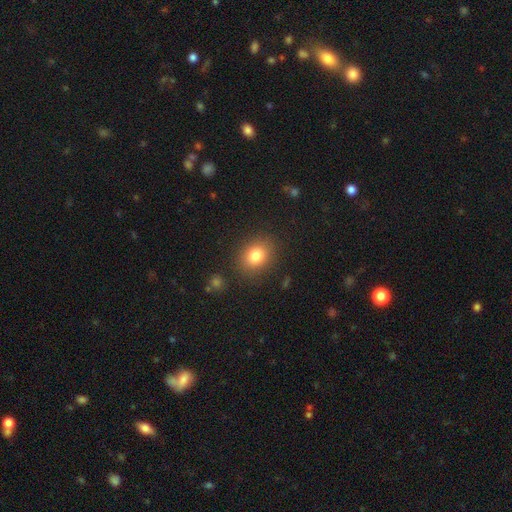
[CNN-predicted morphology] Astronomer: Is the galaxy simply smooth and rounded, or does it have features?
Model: smooth — 81%.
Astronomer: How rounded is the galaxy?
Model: round — 55% (runner-up: in between, 44%).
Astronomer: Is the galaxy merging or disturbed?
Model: none — 85%.